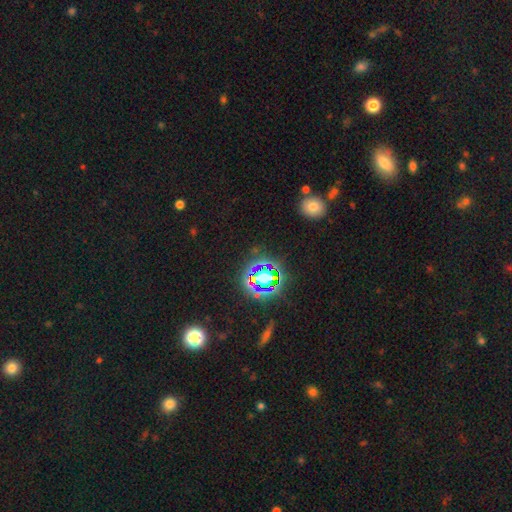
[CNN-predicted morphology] Overall: star or artifact (75%).